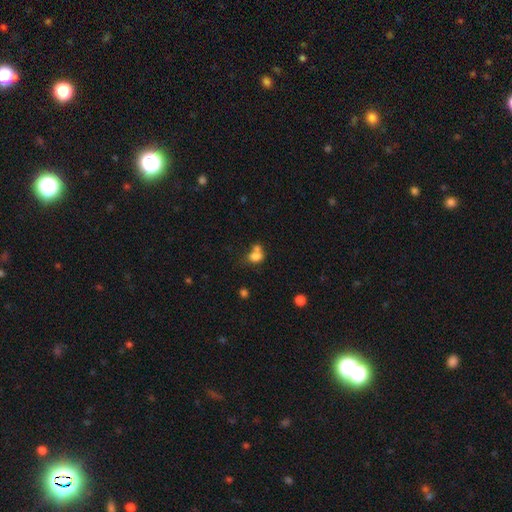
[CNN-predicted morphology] Q: Smooth or featured?
A: smooth (76%); runner-up: star or artifact (12%)
Q: How rounded?
A: in between (57%); runner-up: round (42%)
Q: Merging?
A: merger (52%); runner-up: none (29%)